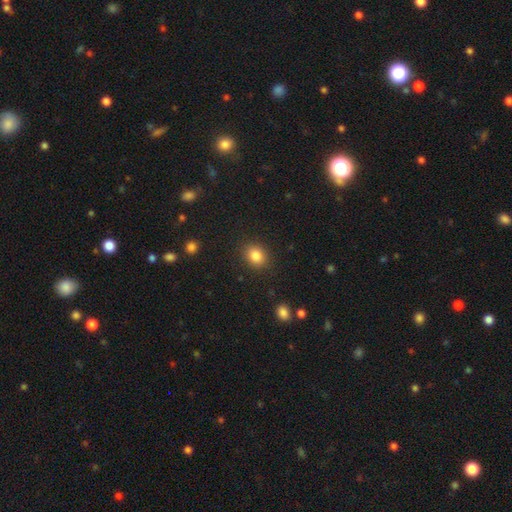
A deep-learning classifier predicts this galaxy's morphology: smooth 85%, star or artifact 10%, featured or disk 5%. Down the decision tree: how rounded — round (63%); merging — none (89%).